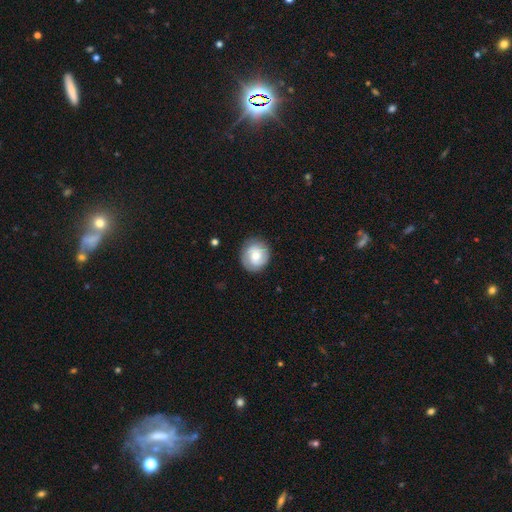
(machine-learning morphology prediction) smooth 53%, featured or disk 39%, star or artifact 7%. Down the decision tree: how rounded — round (80%); merging — none (84%).